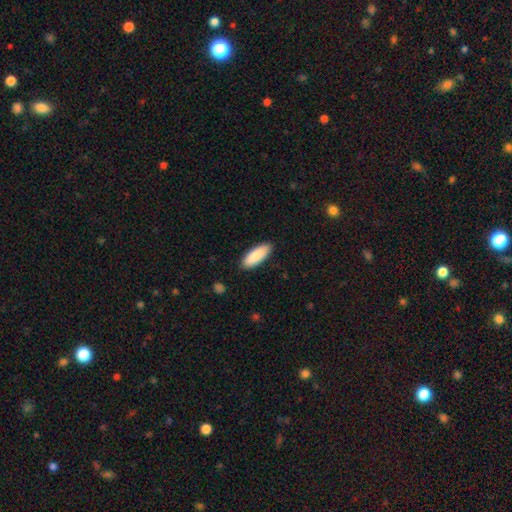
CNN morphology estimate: Overall: smooth (89%). How rounded: in between (68%; cigar-shaped 30%). Merging: none (89%).